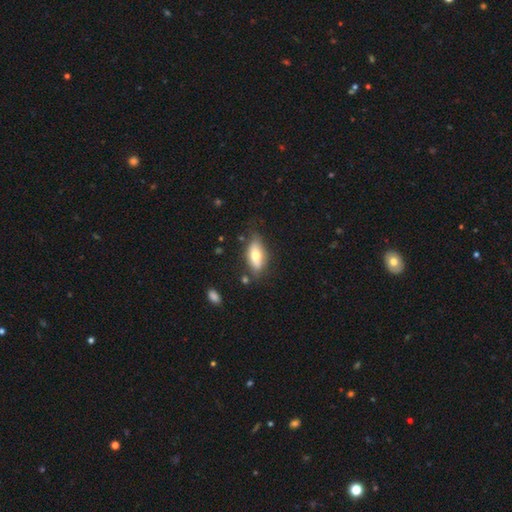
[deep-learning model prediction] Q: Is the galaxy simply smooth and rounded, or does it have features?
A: smooth — 63%.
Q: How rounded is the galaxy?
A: in between — 82%.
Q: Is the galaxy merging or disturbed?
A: none — 73%.